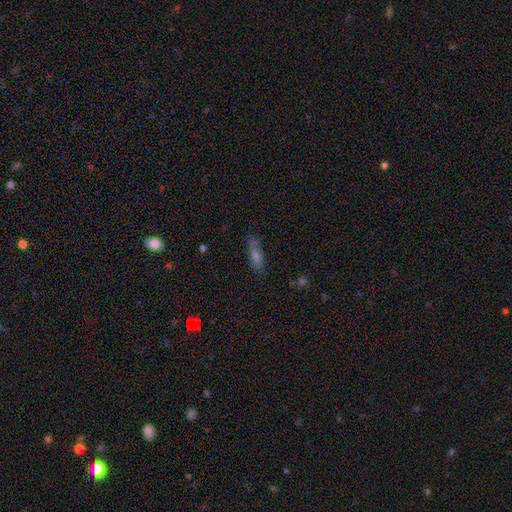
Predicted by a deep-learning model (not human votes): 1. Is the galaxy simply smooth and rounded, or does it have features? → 48% smooth, 36% featured or disk, 16% star or artifact.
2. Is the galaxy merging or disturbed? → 77% none, 16% minor disturbance, 4% major disturbance, 2% merger.